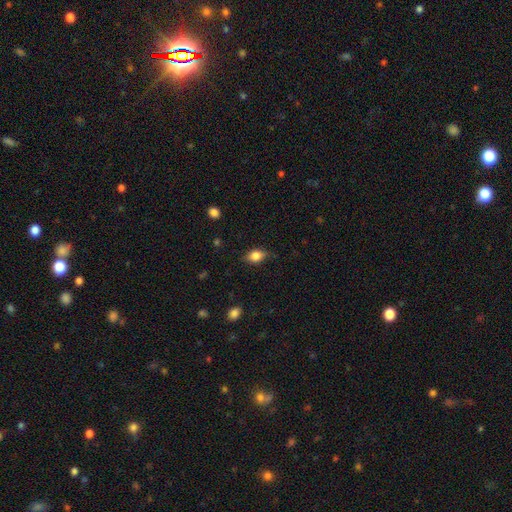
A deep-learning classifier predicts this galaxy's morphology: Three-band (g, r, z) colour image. It shows a smooth galaxy with no disk features (80%) that is in between round and cigar-shaped (78%). Merging: none (75%).